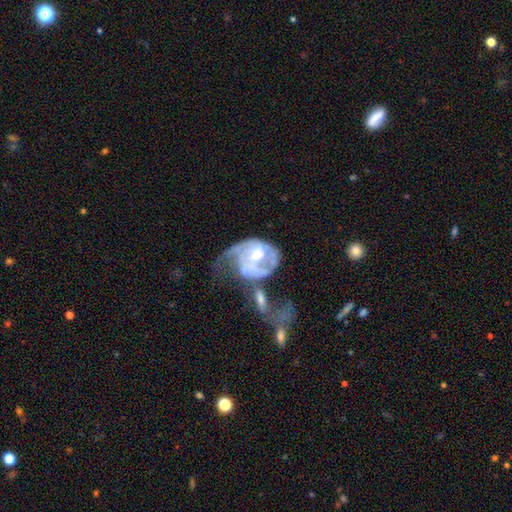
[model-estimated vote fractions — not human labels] Smooth or featured? Predicted: featured or disk (p=0.77). Edge-on disk? Predicted: no (p=0.97). Bar? Predicted: no (p=0.57). Spiral arms? Predicted: yes (p=0.76). Spiral winding? Predicted: medium (p=0.35, tied with tight). Spiral arm count? Predicted: 2 (p=0.40). Bulge size? Predicted: moderate (p=0.66). Merging? Predicted: major disturbance (p=0.42).